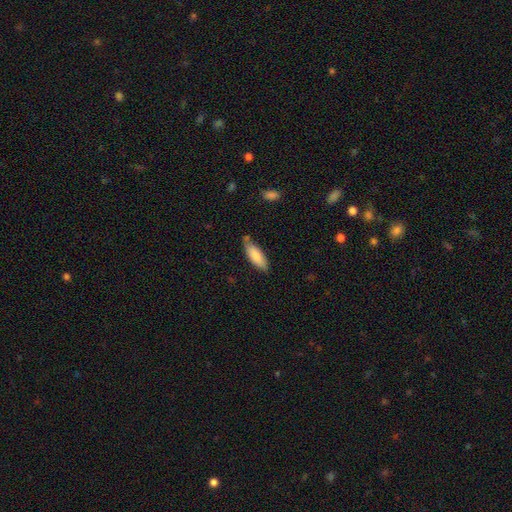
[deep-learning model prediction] smooth 84%, featured or disk 10%, star or artifact 6%. Down the decision tree: how rounded — in between (62%); merging — none (69%).